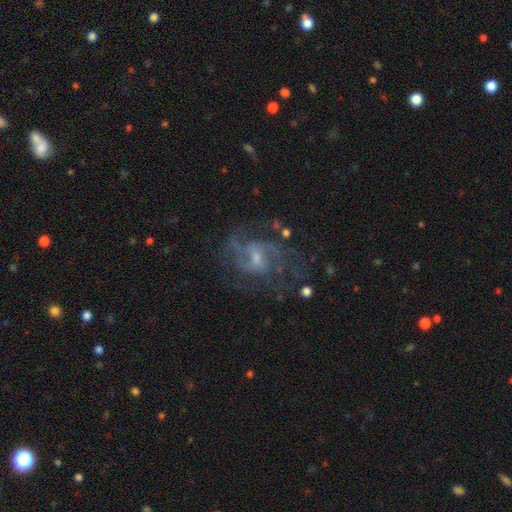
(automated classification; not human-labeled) Overall: featured or disk (82%). Edge-on disk: no (97%). Bar: weak (55%; no 31%). Spiral arms: yes (89%). Spiral arm count: 2 (36%; can't tell 26%). Spiral winding: medium (51%; tight 25%). Bulge size: small (57%; moderate 32%). Merging: none (57%; major disturbance 22%).